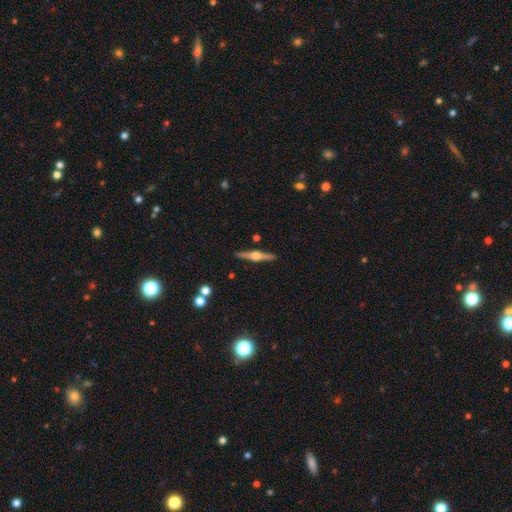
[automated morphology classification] A featured or disk galaxy (80%) viewed edge-on (98%) with a rounded central bulge (93%). Merging: none (91%).